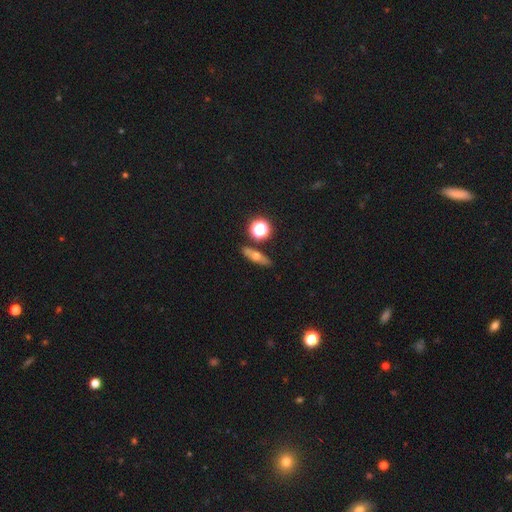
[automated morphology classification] smooth 47%, featured or disk 38%, star or artifact 15%. Down the decision tree: merging — none (82%).